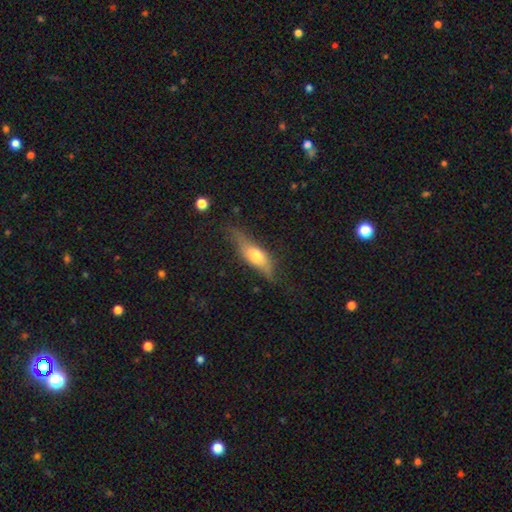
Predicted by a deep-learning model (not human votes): smooth_or_featured: smooth (p=0.47) [alt: featured or disk p=0.46]
merging: none (p=0.63) [alt: minor disturbance p=0.26]